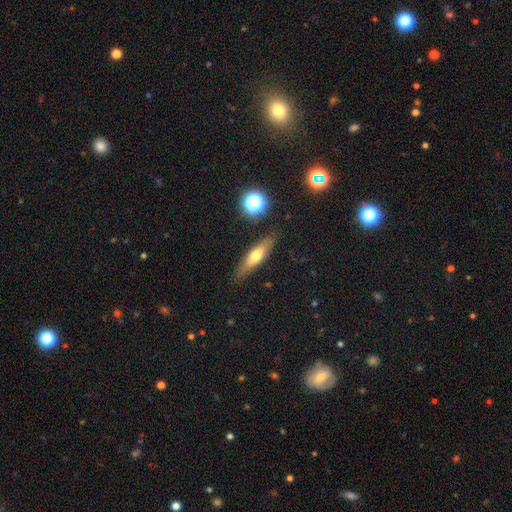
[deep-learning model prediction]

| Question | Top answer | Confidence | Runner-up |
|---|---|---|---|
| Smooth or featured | smooth | 52% | featured or disk (39%) |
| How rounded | cigar-shaped | 67% | in between (29%) |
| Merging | none | 85% | minor disturbance (10%) |